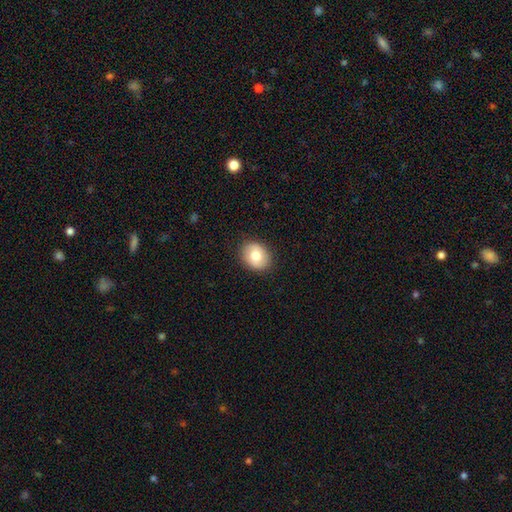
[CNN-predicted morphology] smooth_or_featured: smooth (p=0.76) [alt: featured or disk p=0.16]
how_rounded: round (p=0.56) [alt: in between p=0.44]
merging: none (p=0.88) [alt: minor disturbance p=0.08]